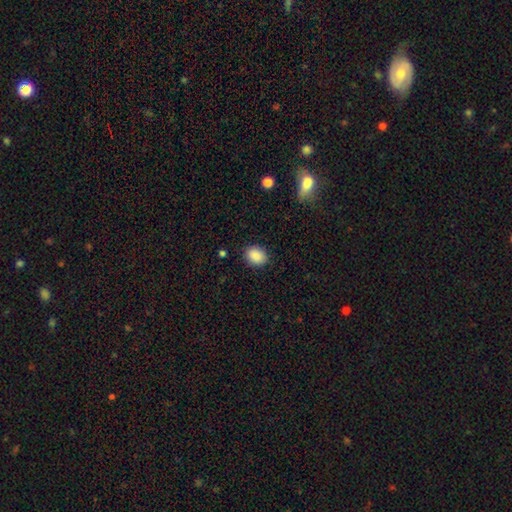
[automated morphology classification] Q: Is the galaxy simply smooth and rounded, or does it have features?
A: smooth — 89%.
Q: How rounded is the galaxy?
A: in between — 58%.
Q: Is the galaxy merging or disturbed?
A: none — 88%.